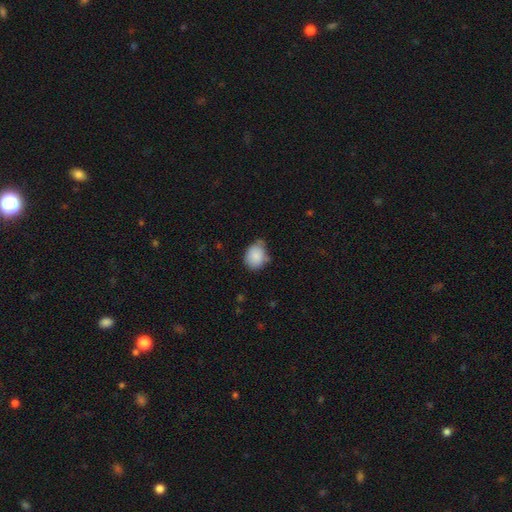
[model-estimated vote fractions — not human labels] A smooth galaxy with no disk features (85%) that is in between round and cigar-shaped (50%).

Vote fractions:
- Smooth or featured? smooth: 85% / star or artifact: 8% / featured or disk: 8%
- How rounded? in between: 50% / round: 49% / cigar-shaped: 1%
- Merging? none: 50% / minor disturbance: 39% / major disturbance: 7% / merger: 4%